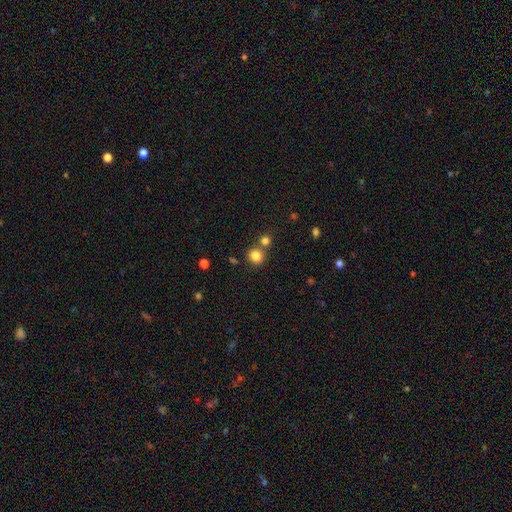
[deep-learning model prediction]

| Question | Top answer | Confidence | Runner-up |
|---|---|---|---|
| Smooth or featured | smooth | 83% | star or artifact (12%) |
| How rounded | round | 84% | in between (15%) |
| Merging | none | 69% | merger (20%) |